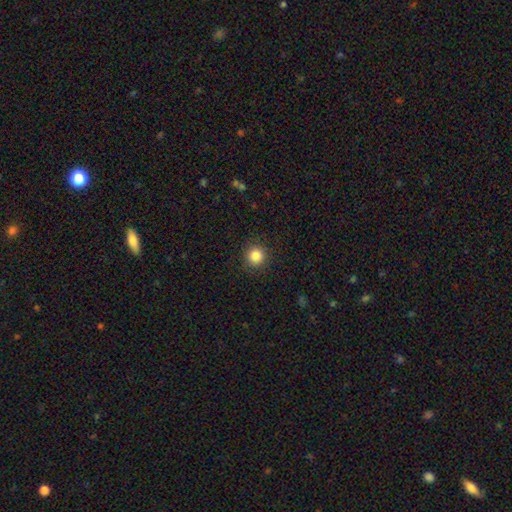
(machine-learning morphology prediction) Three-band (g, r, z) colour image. It shows a smooth galaxy with no disk features (85%) that is round (94%). Merging: none (91%).